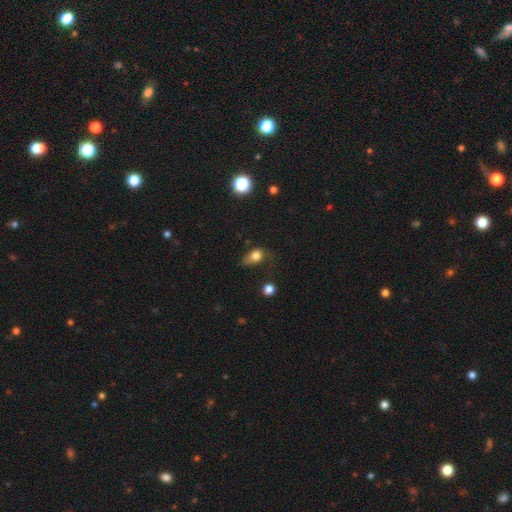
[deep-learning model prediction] Overall: smooth (78%). How rounded: in between (63%; round 35%). Merging: none (35%; minor disturbance 34%).